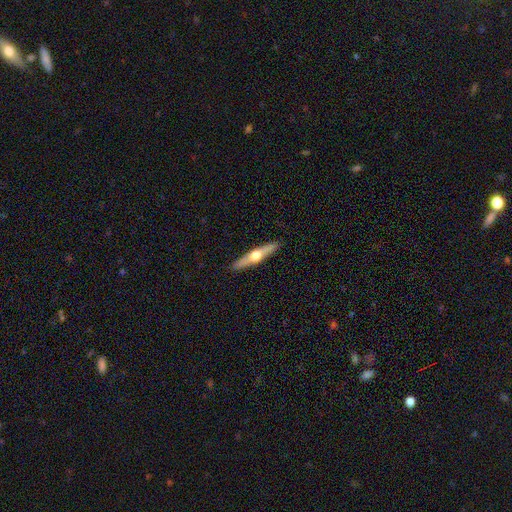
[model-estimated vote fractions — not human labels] This appears to be a featured or disk galaxy (66%) viewed edge-on (97%) with a rounded central bulge (95%). Merging: none (91%).